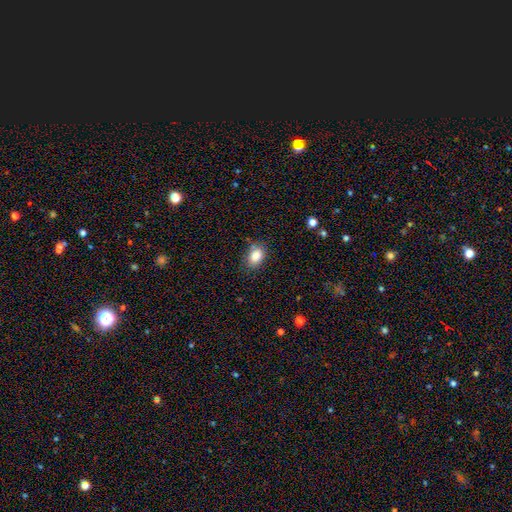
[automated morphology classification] Smooth or featured? smooth (86%)
How rounded? in between (80%)
Merging? none (77%)